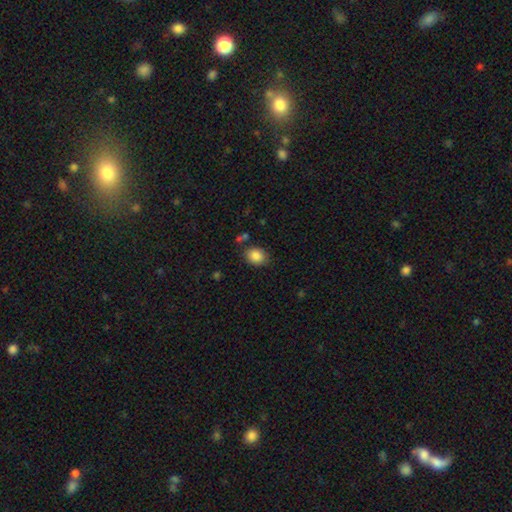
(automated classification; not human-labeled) Smooth or featured? smooth (87%)
How rounded? in between (58%)
Merging? none (80%)